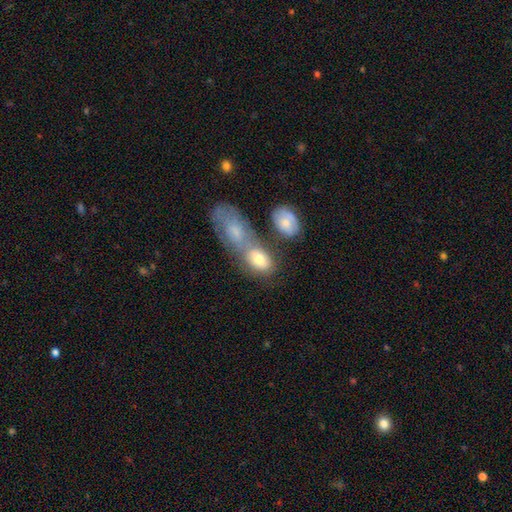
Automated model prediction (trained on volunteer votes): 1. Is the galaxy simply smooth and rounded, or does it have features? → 42% featured or disk, 40% smooth, 18% star or artifact.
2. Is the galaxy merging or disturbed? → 44% merger, 40% none, 10% minor disturbance, 7% major disturbance.